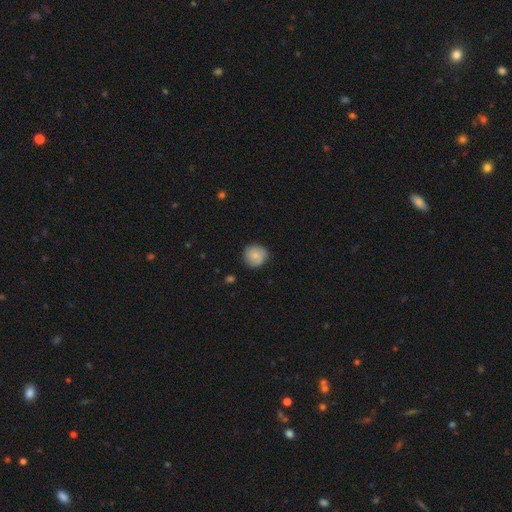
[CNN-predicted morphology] A smooth galaxy with no disk features (82%) that is round (93%).

Vote fractions:
- Smooth or featured? smooth: 82% / featured or disk: 11% / star or artifact: 7%
- How rounded? round: 93% / in between: 6% / cigar-shaped: 1%
- Merging? none: 84% / minor disturbance: 12% / major disturbance: 2% / merger: 1%